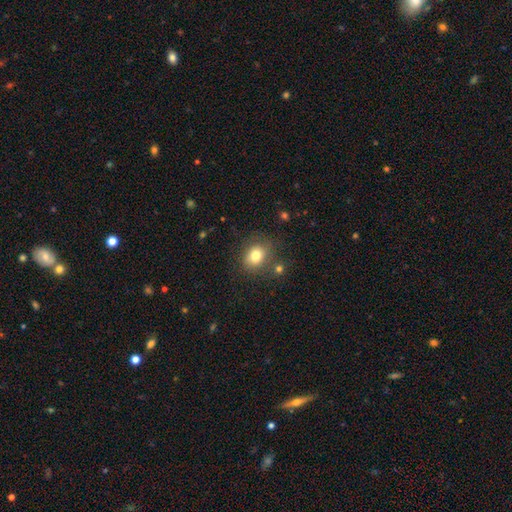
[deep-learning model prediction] smooth_or_featured: smooth (p=0.79) [alt: star or artifact p=0.11]
how_rounded: round (p=0.53) [alt: in between p=0.46]
merging: none (p=0.73) [alt: minor disturbance p=0.14]